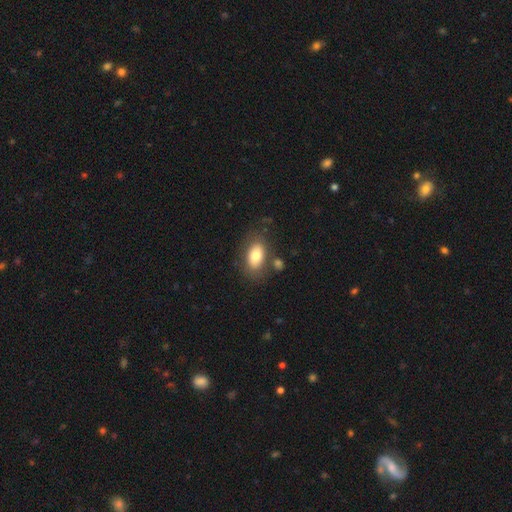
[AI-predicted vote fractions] A smooth galaxy with no disk features (77%) that is in between round and cigar-shaped (90%).

Vote fractions:
- Smooth or featured? smooth: 77% / featured or disk: 15% / star or artifact: 7%
- How rounded? in between: 90% / round: 8% / cigar-shaped: 2%
- Merging? none: 73% / minor disturbance: 14% / merger: 8% / major disturbance: 6%